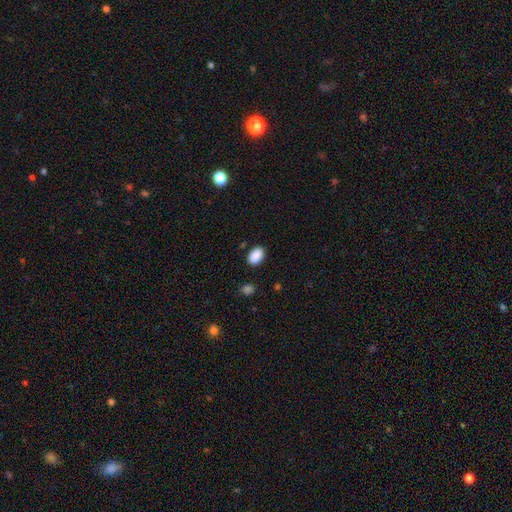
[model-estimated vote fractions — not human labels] smooth-or-featured: smooth: 90% | star or artifact: 7% | featured or disk: 3%
  how-rounded: in between: 87% | round: 12% | cigar-shaped: 1%
  merging: none: 86% | minor disturbance: 10% | major disturbance: 2% | merger: 2%